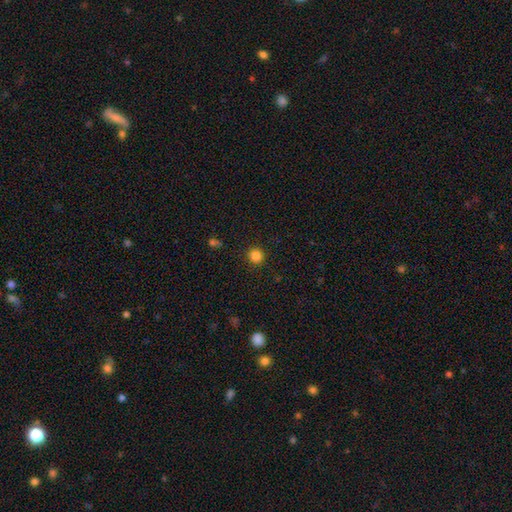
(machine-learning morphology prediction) Overall: smooth (84%). How rounded: round (91%). Merging: none (91%).